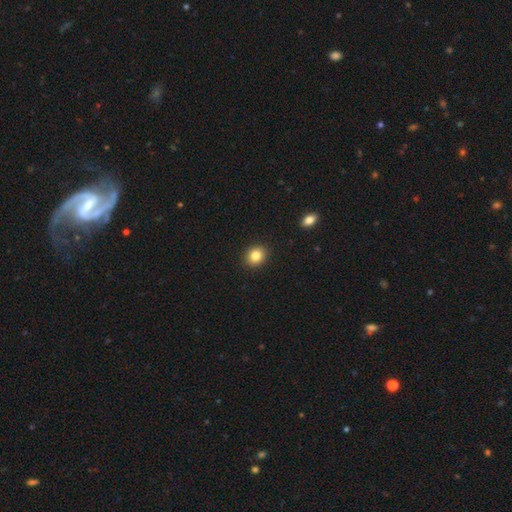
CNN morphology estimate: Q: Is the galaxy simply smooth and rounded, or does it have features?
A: smooth — 84%.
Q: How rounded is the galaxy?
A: round — 73%.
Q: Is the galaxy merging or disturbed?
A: none — 91%.